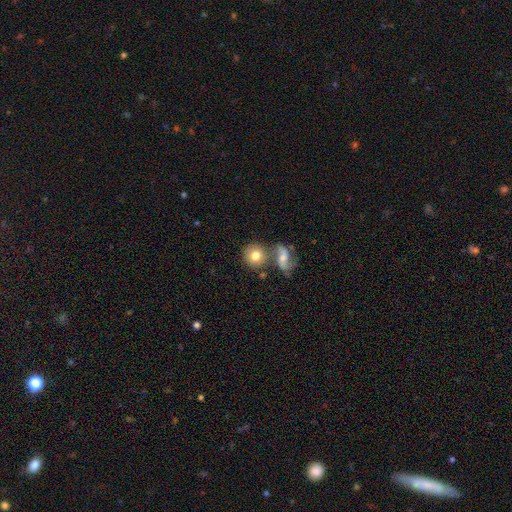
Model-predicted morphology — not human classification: Smooth or featured? Predicted: smooth (p=0.71). How rounded? Predicted: round (p=0.84). Merging? Predicted: none (p=0.55).